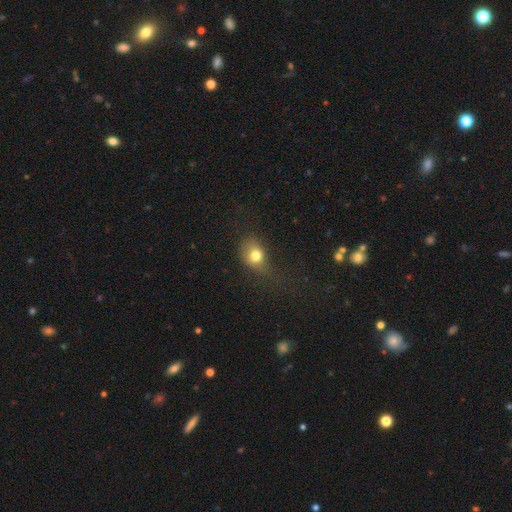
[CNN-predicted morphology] This appears to be a smooth galaxy with no disk features (76%) that is in between round and cigar-shaped (52%). Merging: none (49%).